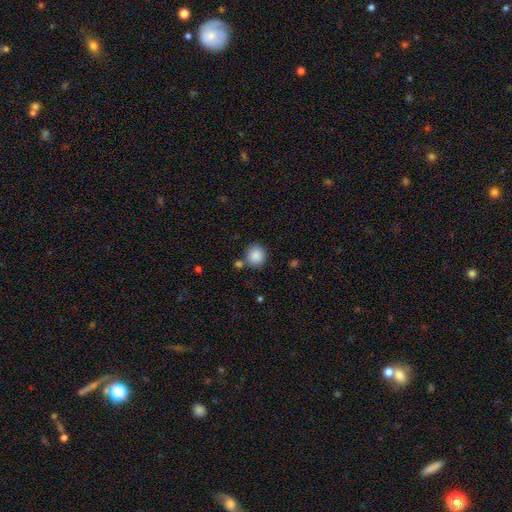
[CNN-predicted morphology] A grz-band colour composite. It shows a smooth galaxy with no disk features (88%) that is round (90%). Merging: none (78%).